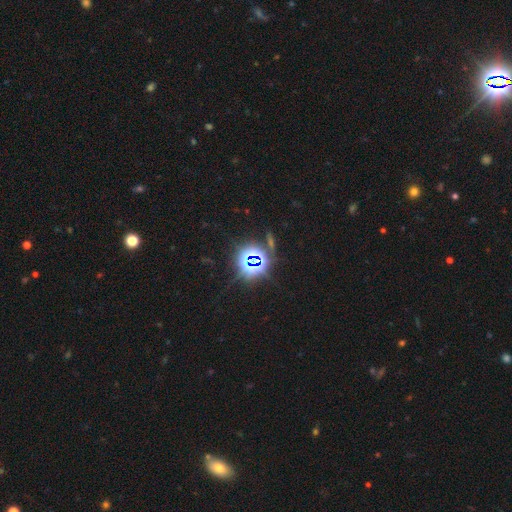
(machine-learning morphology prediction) Smooth or featured?
  - star or artifact: 79% *
  - smooth: 13%
  - featured or disk: 7%